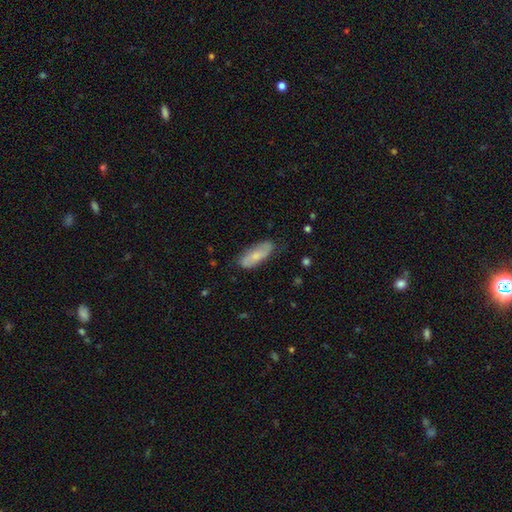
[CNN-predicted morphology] smooth_or_featured: smooth (p=0.57) [alt: featured or disk p=0.37]
how_rounded: in between (p=0.72) [alt: cigar-shaped p=0.26]
merging: none (p=0.78) [alt: minor disturbance p=0.17]